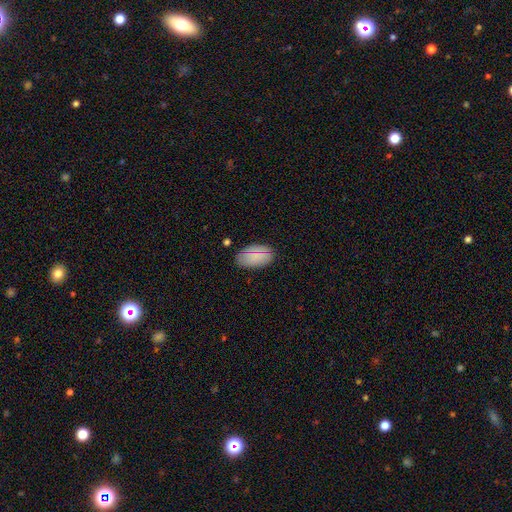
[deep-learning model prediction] Q: Smooth or featured?
A: smooth (77%); runner-up: featured or disk (15%)
Q: How rounded?
A: in between (94%); runner-up: round (5%)
Q: Merging?
A: none (81%); runner-up: minor disturbance (14%)